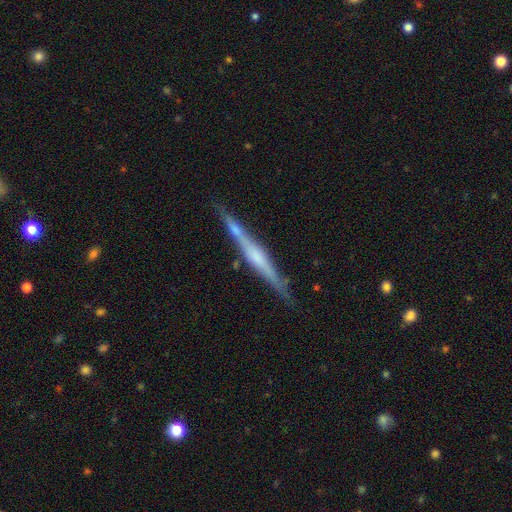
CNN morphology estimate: type=featured or disk (69%); edge-on=yes (97%); edge-on bulge=rounded (50%); merging=none (78%).